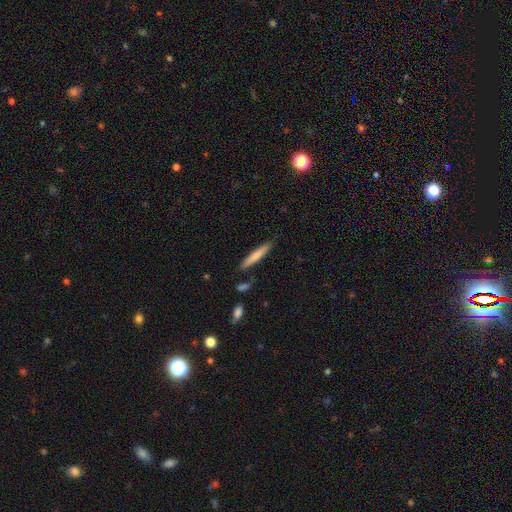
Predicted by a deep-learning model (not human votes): Overall: smooth (67%; featured or disk 27%). How rounded: cigar-shaped (93%). Merging: none (80%).